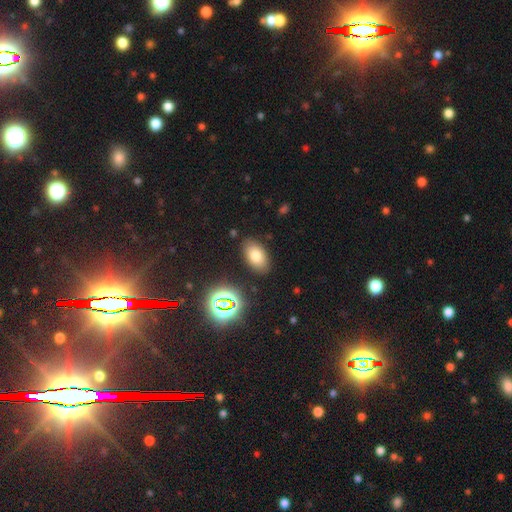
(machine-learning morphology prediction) smooth 74%, star or artifact 15%, featured or disk 12%. Down the decision tree: how rounded — in between (92%); merging — none (85%).